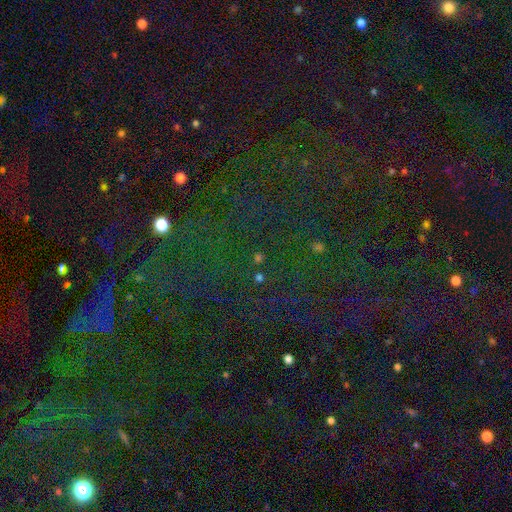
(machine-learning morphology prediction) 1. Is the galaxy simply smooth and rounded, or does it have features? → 80% star or artifact, 12% smooth, 8% featured or disk.